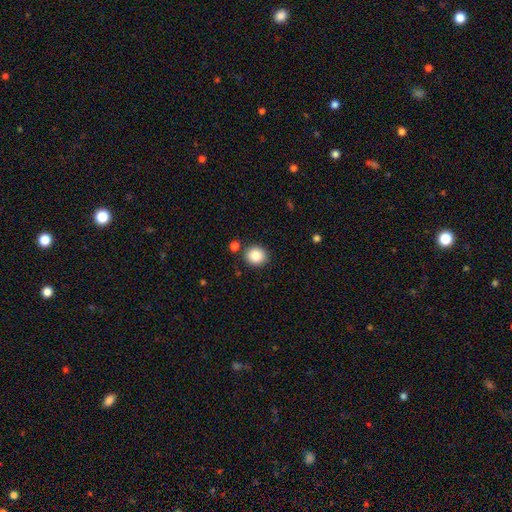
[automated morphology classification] This appears to be a smooth galaxy with no disk features (87%) that is round (76%). Merging: none (84%).